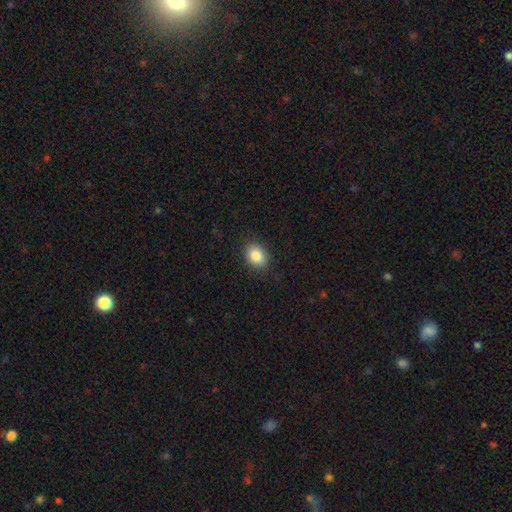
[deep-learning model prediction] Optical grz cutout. It shows a smooth galaxy with no disk features (85%) that is in between round and cigar-shaped (63%). Merging: none (88%).